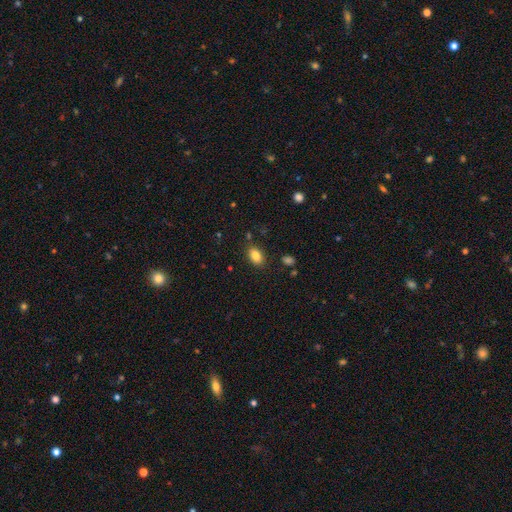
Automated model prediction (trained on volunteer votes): smooth 84%, star or artifact 9%, featured or disk 7%. Down the decision tree: how rounded — in between (87%); merging — none (84%).